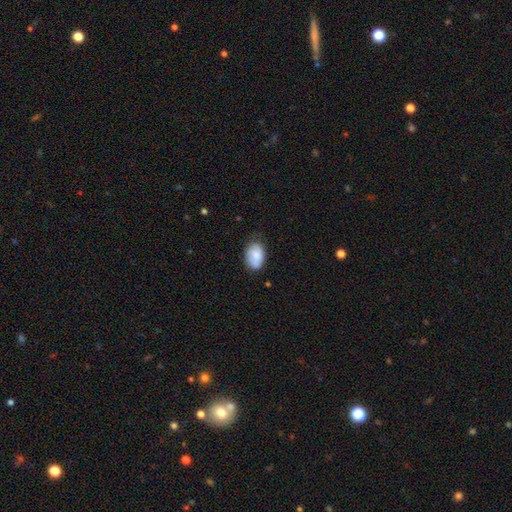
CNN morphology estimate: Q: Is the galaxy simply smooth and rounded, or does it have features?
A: smooth — 77%.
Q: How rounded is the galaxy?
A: in between — 87%.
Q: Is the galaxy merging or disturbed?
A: none — 66%.